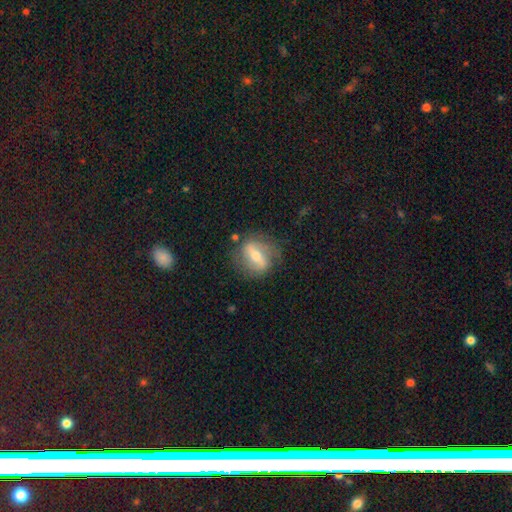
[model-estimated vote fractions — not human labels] Smooth or featured? featured or disk (63%)
Edge-on disk? no (85%)
Bar? strong (58%)
Spiral arms? yes (62%)
Bulge size? moderate (60%)
Merging? none (71%)